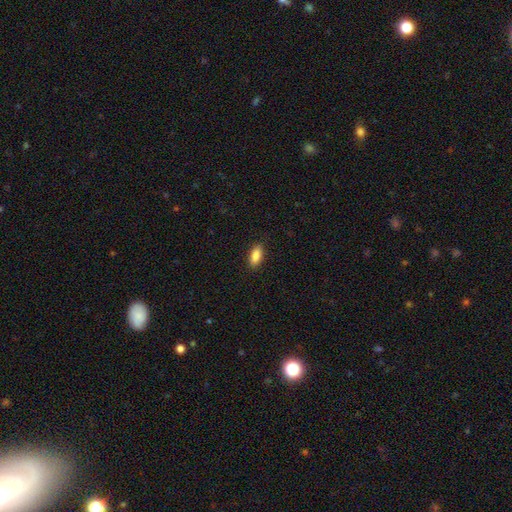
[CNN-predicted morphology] A smooth galaxy with no disk features (88%) that is in between round and cigar-shaped (85%). Merging: none (87%).